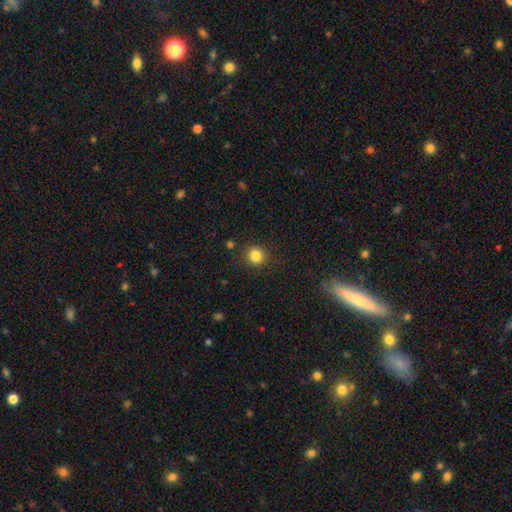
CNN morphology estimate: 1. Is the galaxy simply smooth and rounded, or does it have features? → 85% smooth, 11% star or artifact, 4% featured or disk.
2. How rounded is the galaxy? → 90% round, 9% in between, 1% cigar-shaped.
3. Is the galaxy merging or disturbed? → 88% none, 7% minor disturbance, 3% major disturbance, 2% merger.